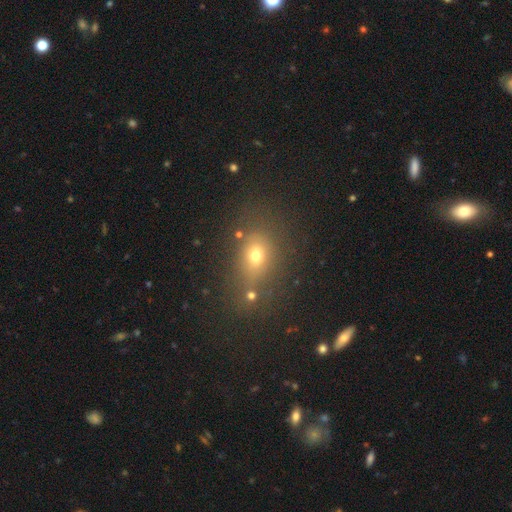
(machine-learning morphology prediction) smooth-or-featured: smooth: 66% | star or artifact: 22% | featured or disk: 12%
  how-rounded: in between: 62% | round: 35% | cigar-shaped: 3%
  merging: none: 72% | minor disturbance: 13% | merger: 9% | major disturbance: 6%